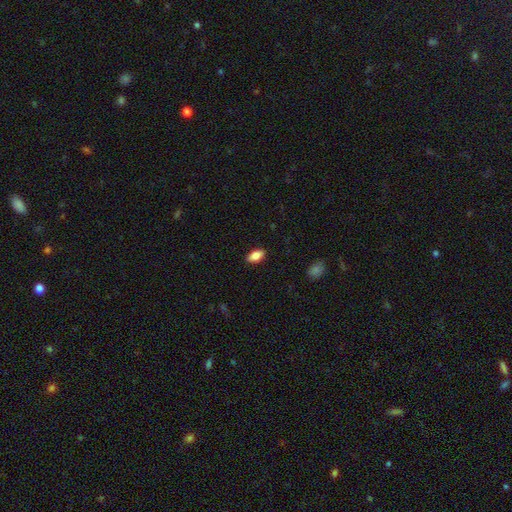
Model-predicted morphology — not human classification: The model was most divided on "smooth or featured": smooth: 85%, featured or disk: 8%, star or artifact: 7%. More confident: how rounded — in between (91%); merging — none (88%).